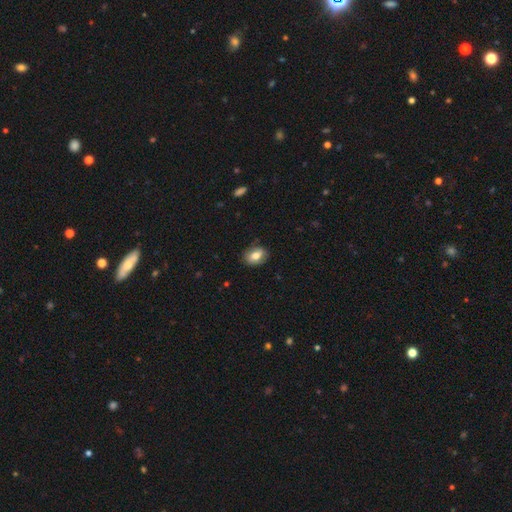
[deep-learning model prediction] Overall: smooth (71%). How rounded: in between (76%). Merging: none (80%).